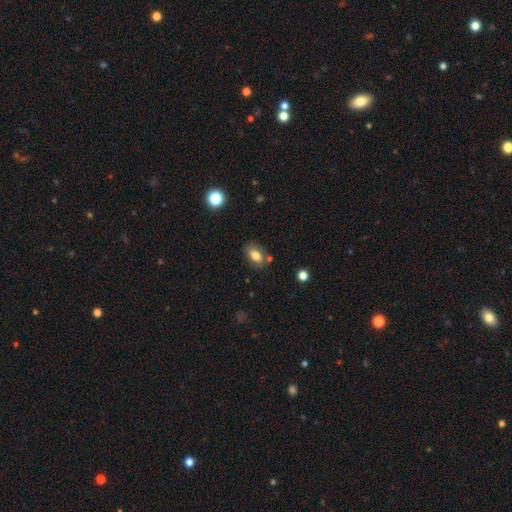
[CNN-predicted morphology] Smooth or featured? Predicted: smooth (p=0.77). How rounded? Predicted: in between (p=0.85). Merging? Predicted: none (p=0.70).